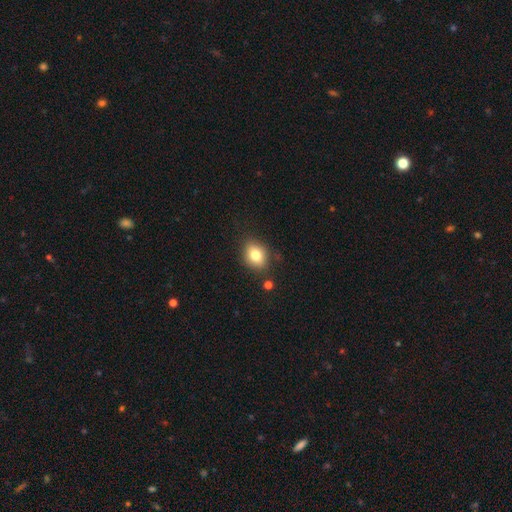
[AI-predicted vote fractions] smooth_or_featured: smooth (p=0.80) [alt: featured or disk p=0.10]
how_rounded: in between (p=0.53) [alt: round p=0.45]
merging: none (p=0.81) [alt: minor disturbance p=0.13]